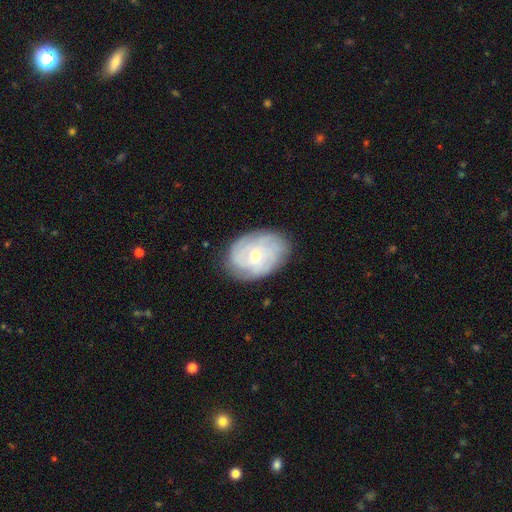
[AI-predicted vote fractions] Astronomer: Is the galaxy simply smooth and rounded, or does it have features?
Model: featured or disk — 68%.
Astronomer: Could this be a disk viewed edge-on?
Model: no — 95%.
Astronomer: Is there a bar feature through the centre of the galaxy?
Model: no — 72%.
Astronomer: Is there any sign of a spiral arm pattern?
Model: yes — 85%.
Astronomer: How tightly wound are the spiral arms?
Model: tight — 64%.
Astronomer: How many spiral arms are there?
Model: can't tell — 49%.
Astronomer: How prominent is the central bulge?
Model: small — 55% (runner-up: moderate, 42%).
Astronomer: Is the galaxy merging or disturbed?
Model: none — 79%.